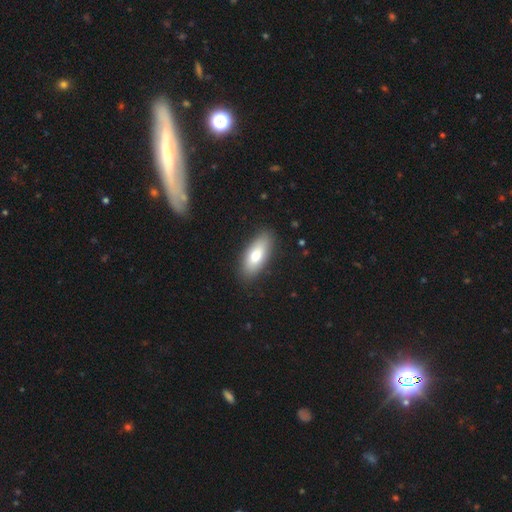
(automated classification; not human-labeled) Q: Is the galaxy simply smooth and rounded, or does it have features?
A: smooth — 74%.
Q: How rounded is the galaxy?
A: in between — 82%.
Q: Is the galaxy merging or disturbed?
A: none — 87%.